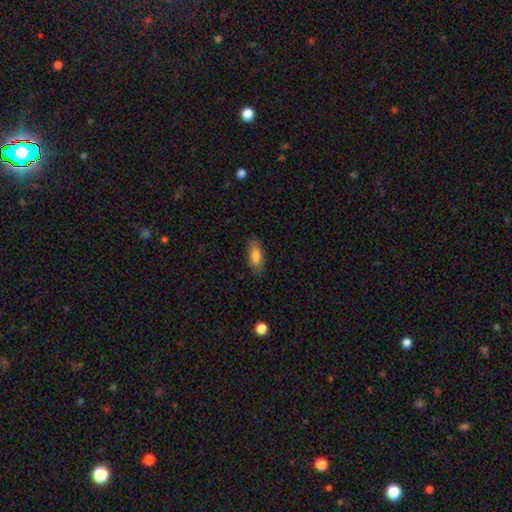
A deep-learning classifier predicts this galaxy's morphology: Smooth or featured? smooth (83%)
How rounded? in between (81%)
Merging? none (84%)